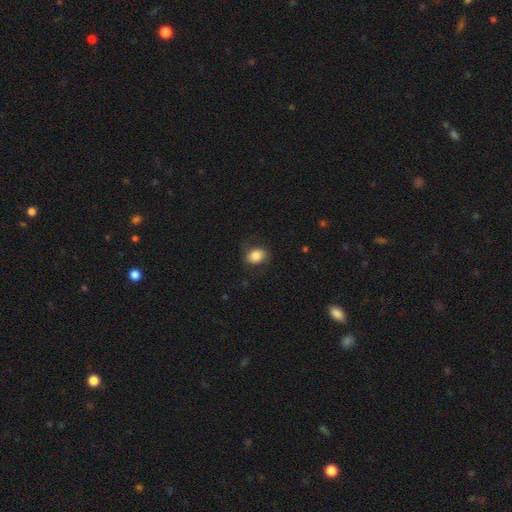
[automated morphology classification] A smooth galaxy with no disk features (83%) that is in between round and cigar-shaped (60%). Merging: none (74%).